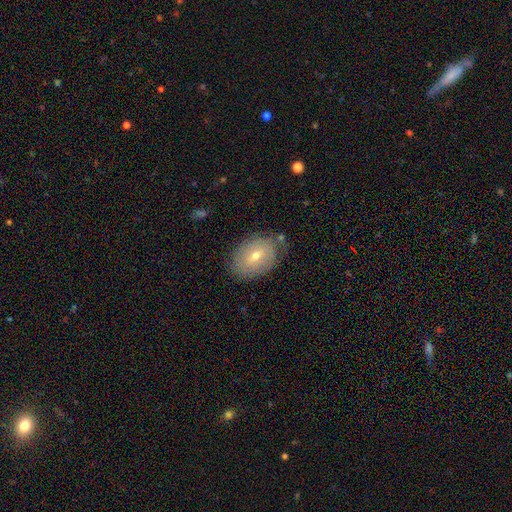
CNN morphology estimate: smooth 58%, featured or disk 33%, star or artifact 9%. Down the decision tree: how rounded — in between (77%); merging — none (76%).